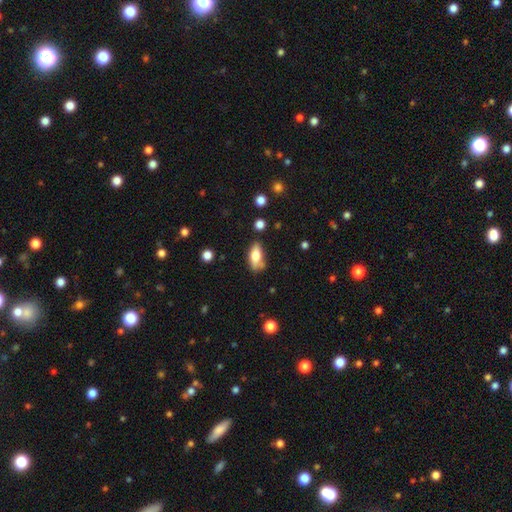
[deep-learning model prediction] A smooth galaxy with no disk features (73%) that is in between round and cigar-shaped (83%).

Vote fractions:
- Smooth or featured? smooth: 73% / featured or disk: 20% / star or artifact: 8%
- How rounded? in between: 83% / cigar-shaped: 14% / round: 4%
- Merging? none: 60% / minor disturbance: 24% / merger: 8% / major disturbance: 7%